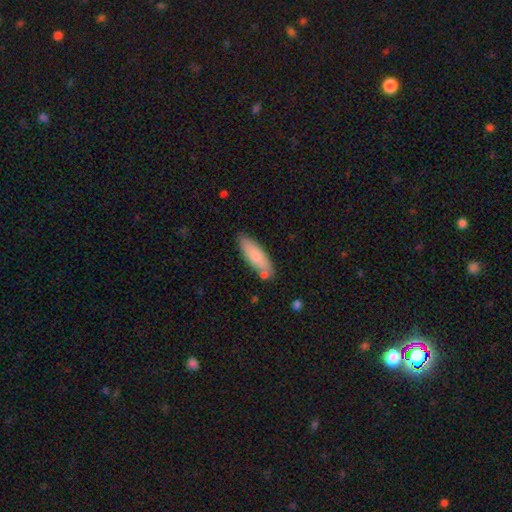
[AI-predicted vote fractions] Smooth or featured? smooth (76%)
How rounded? in between (56%)
Merging? none (73%)